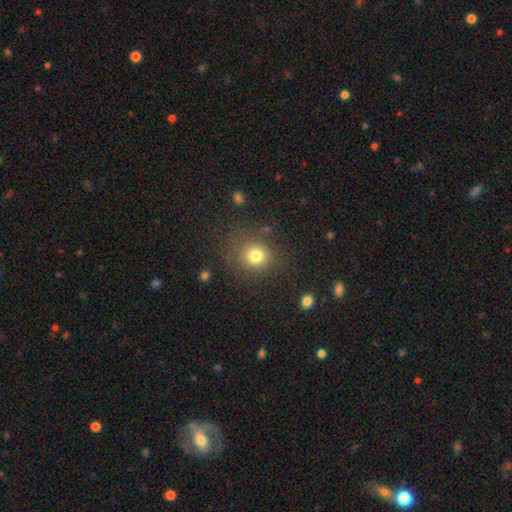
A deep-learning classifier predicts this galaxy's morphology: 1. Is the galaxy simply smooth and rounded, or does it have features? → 79% smooth, 14% star or artifact, 8% featured or disk.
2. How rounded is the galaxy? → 81% round, 18% in between, 1% cigar-shaped.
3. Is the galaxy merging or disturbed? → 81% none, 11% minor disturbance, 6% major disturbance, 3% merger.